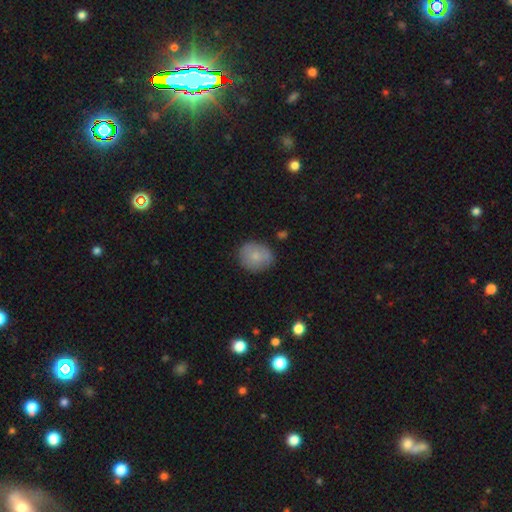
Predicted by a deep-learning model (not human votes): Overall: smooth (79%). How rounded: round (70%). Merging: none (79%).